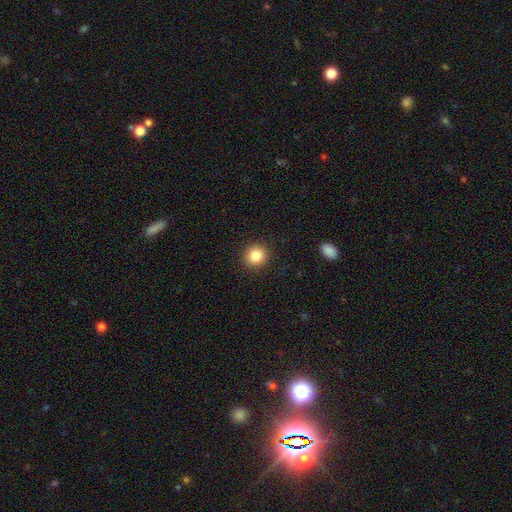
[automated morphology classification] type=smooth (85%); roundness=round (89%); merging=none (91%).